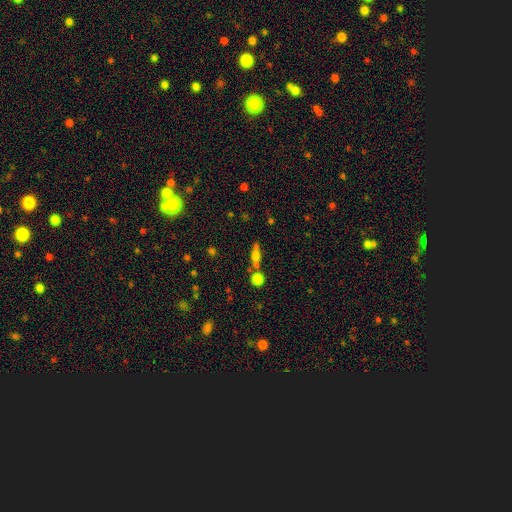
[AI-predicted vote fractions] Q: Smooth or featured?
A: smooth (50%); runner-up: featured or disk (38%)
Q: Merging?
A: none (66%); runner-up: merger (17%)